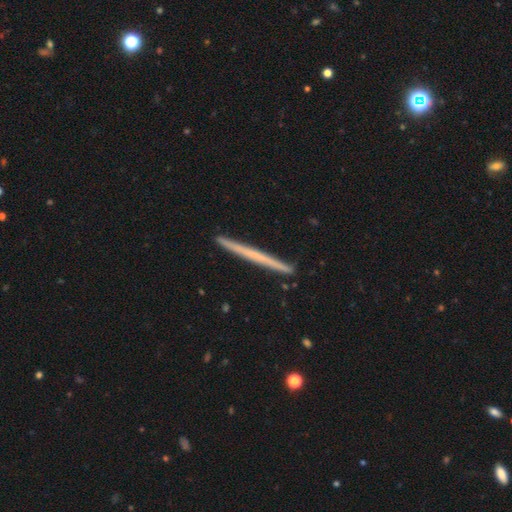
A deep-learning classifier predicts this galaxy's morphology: smooth_or_featured: featured or disk (p=0.52) [alt: smooth p=0.41]
disk_edge_on: yes (p=0.98) [alt: no p=0.02]
edge_on_bulge: none (p=0.87) [alt: rounded p=0.10]
merging: none (p=0.92) [alt: minor disturbance p=0.06]